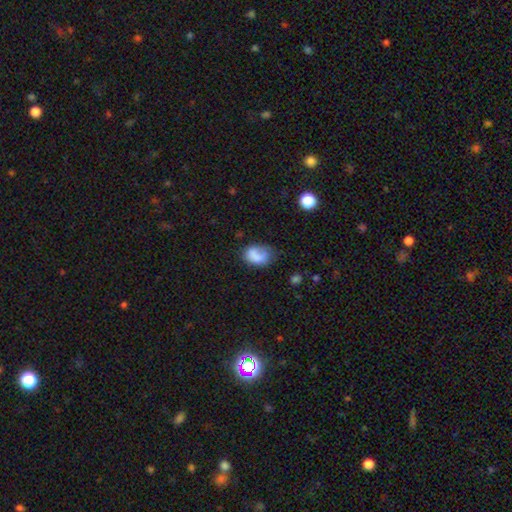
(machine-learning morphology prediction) smooth-or-featured: smooth: 73% | featured or disk: 17% | star or artifact: 9%
  how-rounded: in between: 77% | round: 22% | cigar-shaped: 1%
  merging: none: 44% | minor disturbance: 32% | major disturbance: 18% | merger: 6%